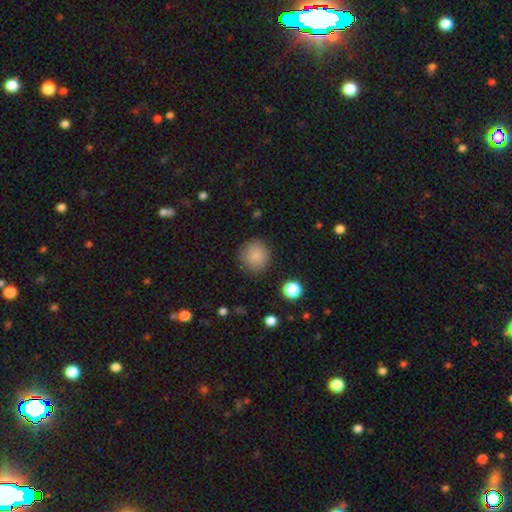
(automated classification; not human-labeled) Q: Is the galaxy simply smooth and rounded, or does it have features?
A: smooth — 86%.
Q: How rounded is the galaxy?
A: round — 92%.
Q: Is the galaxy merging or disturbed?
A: none — 87%.